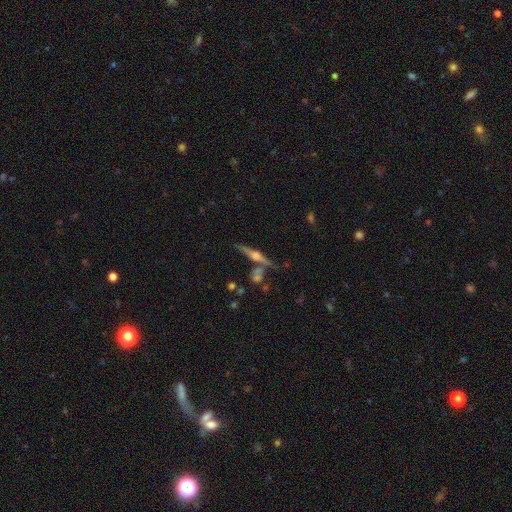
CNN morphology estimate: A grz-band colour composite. It shows a featured or disk galaxy (77%) viewed edge-on (97%) with a rounded central bulge (89%). Merging: none (76%).